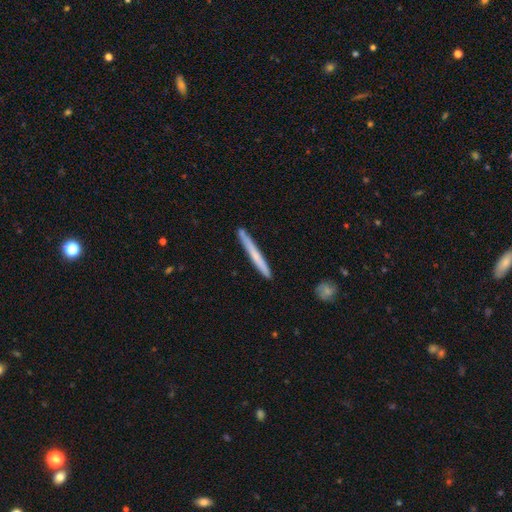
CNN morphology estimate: A smooth galaxy with no disk features (57%) that is cigar-shaped (97%). Merging: none (88%).